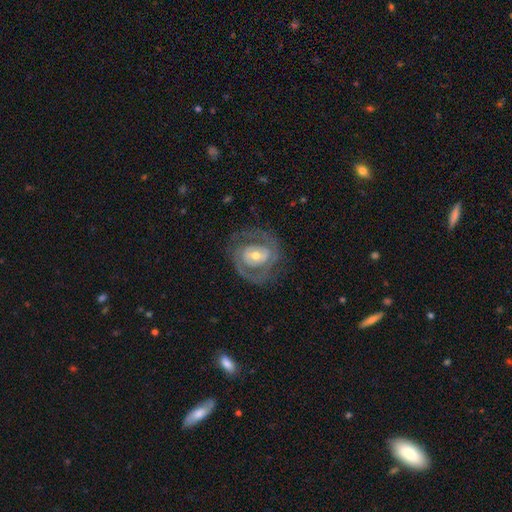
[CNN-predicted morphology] featured or disk 82%, smooth 13%, star or artifact 5%. Down the decision tree: edge-on disk — no (97%); bar — no (43%); spiral arms — yes (81%); spiral arm count — 2 (77%); spiral winding — tight (47%); bulge size — moderate (58%); merging — none (75%).